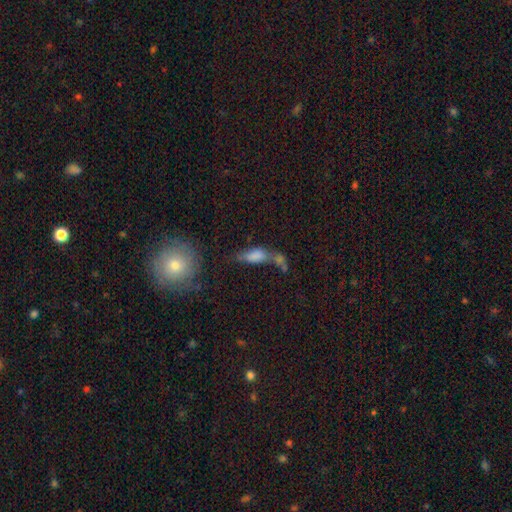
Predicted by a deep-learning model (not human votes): Smooth or featured: smooth — 62% (featured or disk — 24%)
How rounded: in between — 65% (cigar-shaped — 30%)
Merging: merger — 43% (none — 22%)